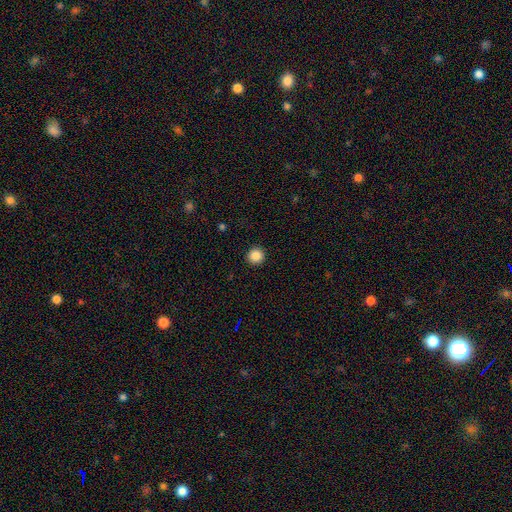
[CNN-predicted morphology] smooth 87%, star or artifact 10%, featured or disk 3%. Down the decision tree: how rounded — round (95%); merging — none (93%).